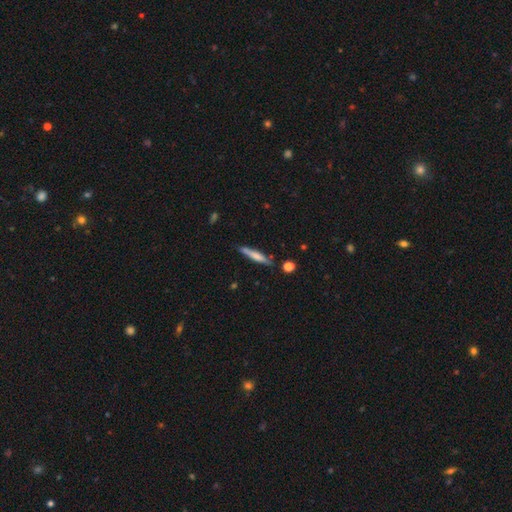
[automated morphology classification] type=smooth (60%); roundness=cigar-shaped (91%); merging=none (80%).